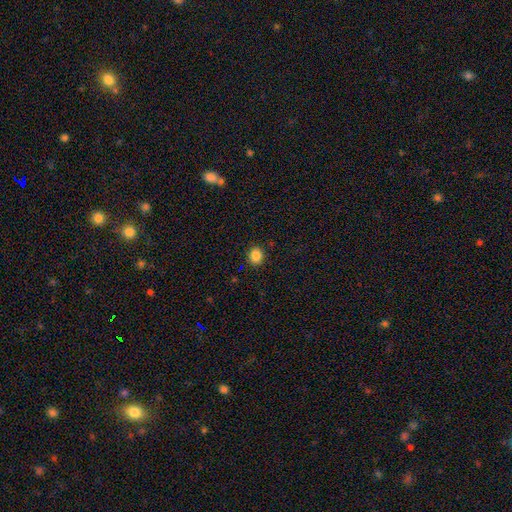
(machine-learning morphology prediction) Smooth or featured? smooth (85%)
How rounded? round (70%)
Merging? none (89%)